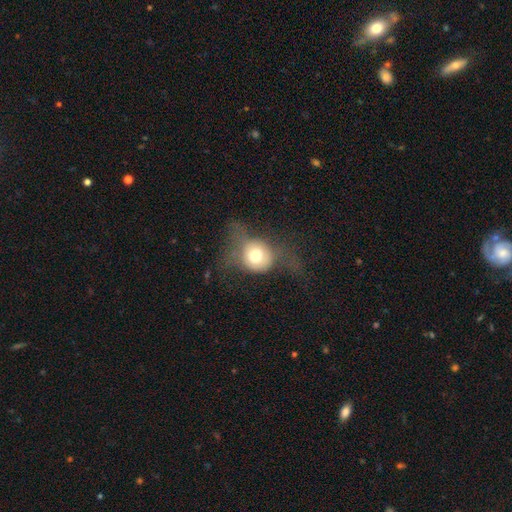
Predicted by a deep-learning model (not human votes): The model was most divided on "merging": major disturbance: 38%, none: 36%, minor disturbance: 24%, merger: 3%. More confident: how rounded — round (80%); smooth or featured — smooth (61%).